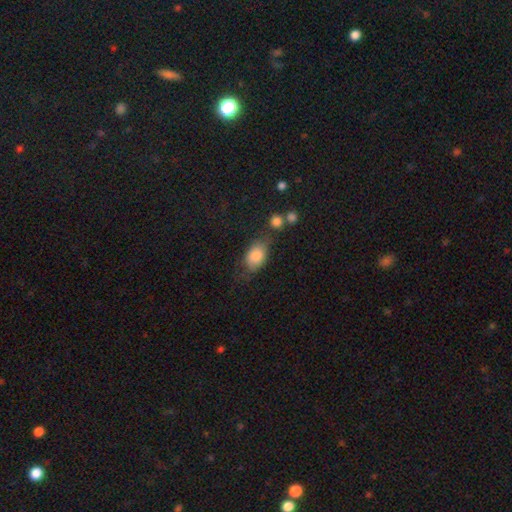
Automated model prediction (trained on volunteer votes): Smooth or featured? Predicted: smooth (p=0.84). How rounded? Predicted: in between (p=0.84). Merging? Predicted: none (p=0.55).